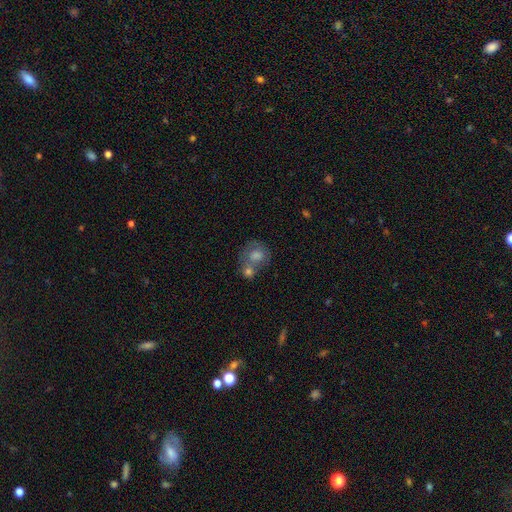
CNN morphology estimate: Smooth or featured? smooth (51%)
How rounded? round (72%)
Merging? none (41%)